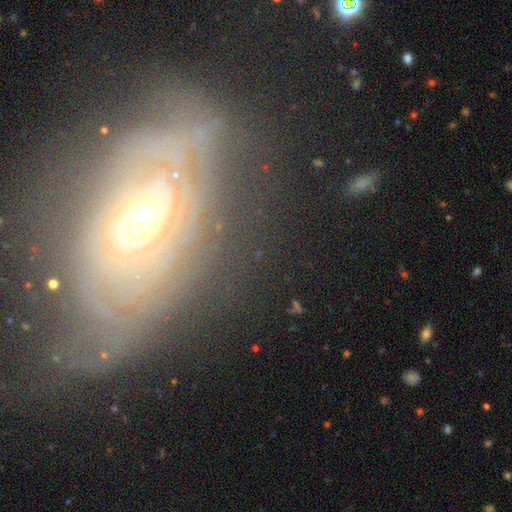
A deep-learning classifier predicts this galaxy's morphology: featured or disk 81%, smooth 10%, star or artifact 9%. Down the decision tree: edge-on disk — no (92%); bar — no (62%); spiral arms — yes (82%); spiral arm count — can't tell (52%); spiral winding — tight (79%); bulge size — moderate (50%); merging — none (64%).